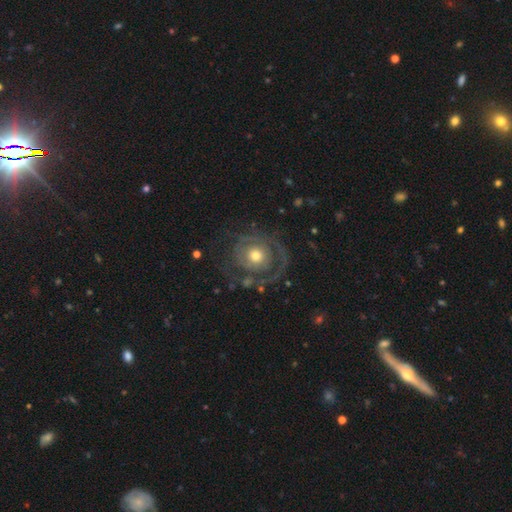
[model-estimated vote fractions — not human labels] Smooth or featured: featured or disk — 70% (smooth — 23%)
Edge-on disk: no — 97% (yes — 3%)
Bar: no — 85% (weak — 12%)
Spiral arms: yes — 68% (no — 32%)
Bulge size: moderate — 60% (small — 28%)
Merging: none — 57% (major disturbance — 24%)